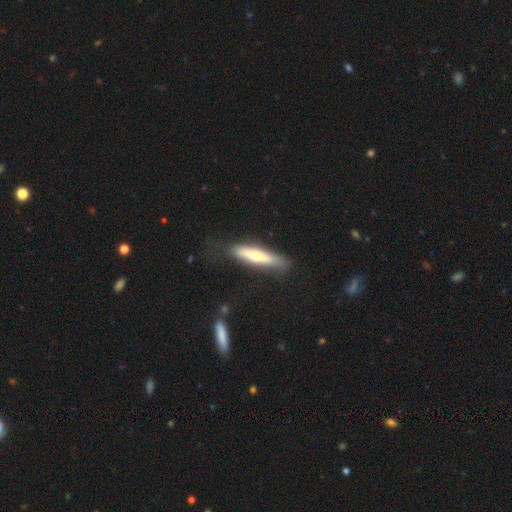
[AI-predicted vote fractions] smooth 52%, featured or disk 43%, star or artifact 6%. Down the decision tree: how rounded — cigar-shaped (86%); merging — none (75%).